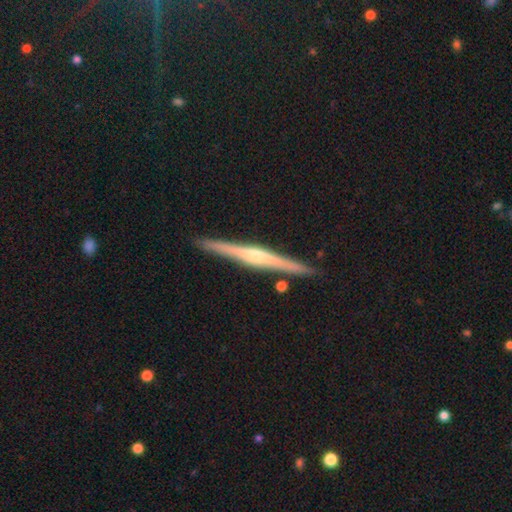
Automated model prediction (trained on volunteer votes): Smooth or featured: featured or disk — 76% (smooth — 18%)
Edge-on disk: yes — 98% (no — 2%)
Edge-on bulge: rounded — 71% (none — 19%)
Merging: none — 90% (minor disturbance — 7%)